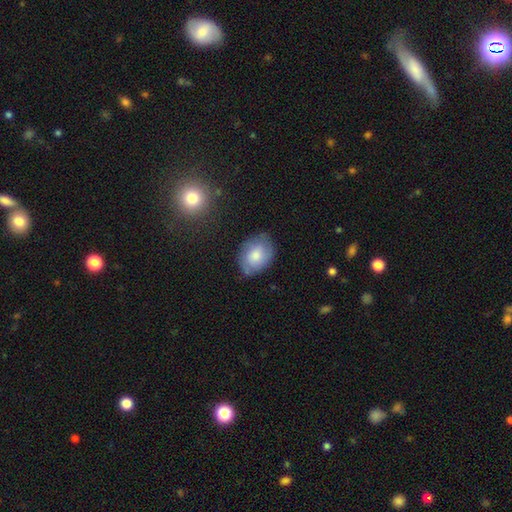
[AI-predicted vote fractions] A smooth galaxy with no disk features (73%) that is in between round and cigar-shaped (71%).

Vote fractions:
- Smooth or featured? smooth: 73% / featured or disk: 20% / star or artifact: 7%
- How rounded? in between: 71% / round: 28% / cigar-shaped: 1%
- Merging? none: 71% / minor disturbance: 22% / major disturbance: 5% / merger: 2%